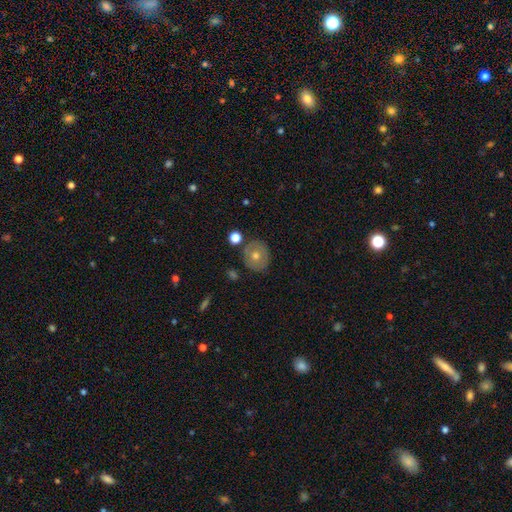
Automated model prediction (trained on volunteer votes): Smooth or featured?
  - smooth: 52% *
  - featured or disk: 37%
  - star or artifact: 11%
How rounded?
  - round: 83% *
  - in between: 16%
  - cigar-shaped: 1%
Merging?
  - none: 84% *
  - minor disturbance: 10%
  - merger: 3%
  - major disturbance: 3%